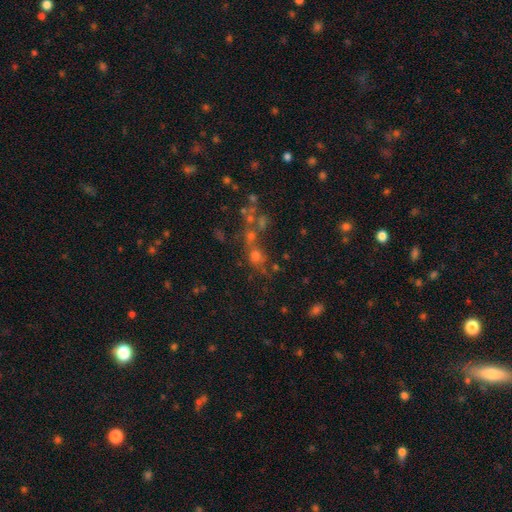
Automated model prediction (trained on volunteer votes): Smooth or featured? Predicted: smooth (p=0.47). Merging? Predicted: none (p=0.51).